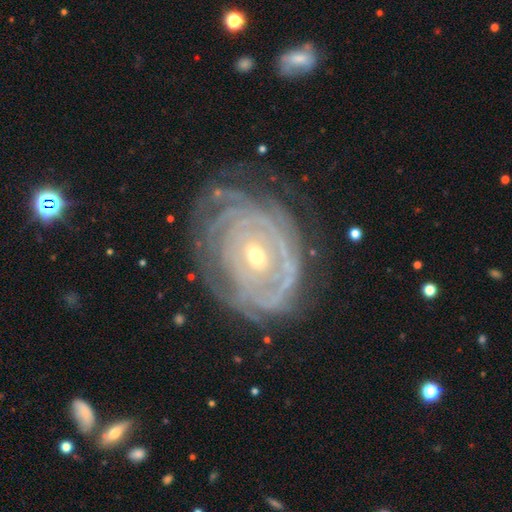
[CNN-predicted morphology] Smooth or featured? Predicted: featured or disk (p=0.85). Edge-on disk? Predicted: no (p=0.96). Bar? Predicted: no (p=0.69). Spiral arms? Predicted: yes (p=0.90). Spiral winding? Predicted: tight (p=0.83). Spiral arm count? Predicted: can't tell (p=0.45). Bulge size? Predicted: small (p=0.58). Merging? Predicted: none (p=0.64).